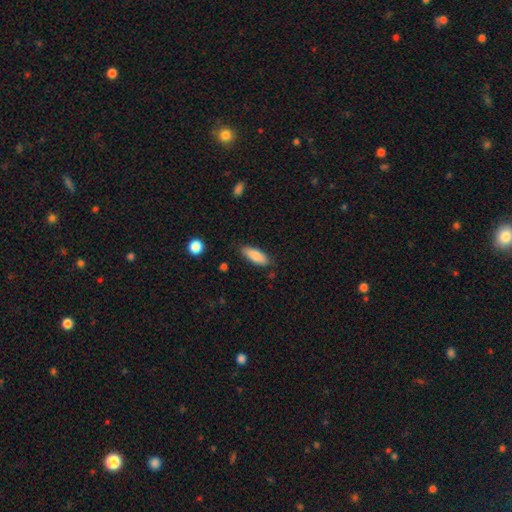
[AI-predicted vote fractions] Overall: smooth (87%). How rounded: in between (62%; cigar-shaped 36%). Merging: none (82%).